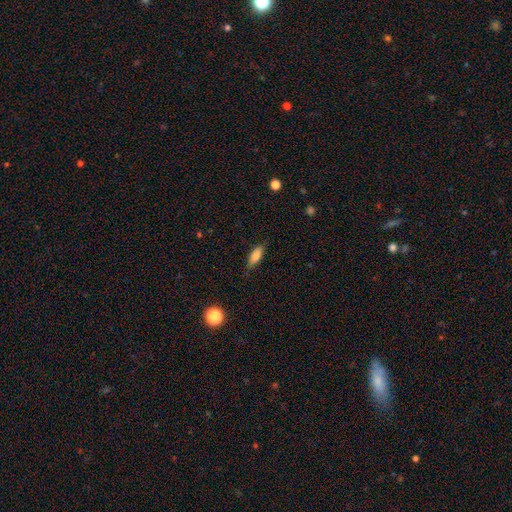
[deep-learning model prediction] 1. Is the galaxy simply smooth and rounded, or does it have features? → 76% smooth, 16% featured or disk, 8% star or artifact.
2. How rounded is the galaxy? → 57% in between, 40% cigar-shaped, 3% round.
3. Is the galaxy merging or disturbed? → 80% none, 16% minor disturbance, 3% major disturbance, 1% merger.